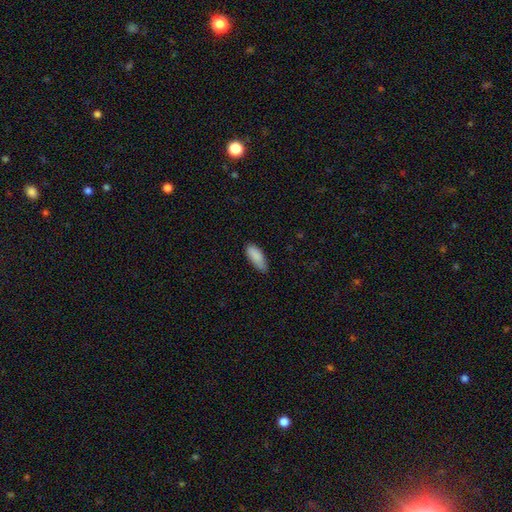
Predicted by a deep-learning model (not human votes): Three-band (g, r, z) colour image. It shows a smooth galaxy with no disk features (87%) that is in between round and cigar-shaped (81%). Merging: none (64%).